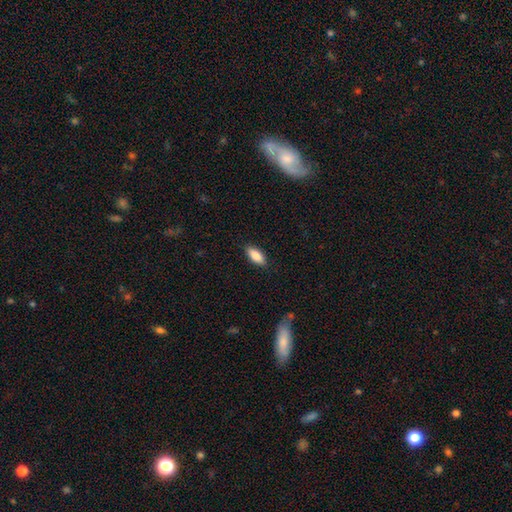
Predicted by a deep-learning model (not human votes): Overall: smooth (84%). How rounded: in between (82%). Merging: none (88%).